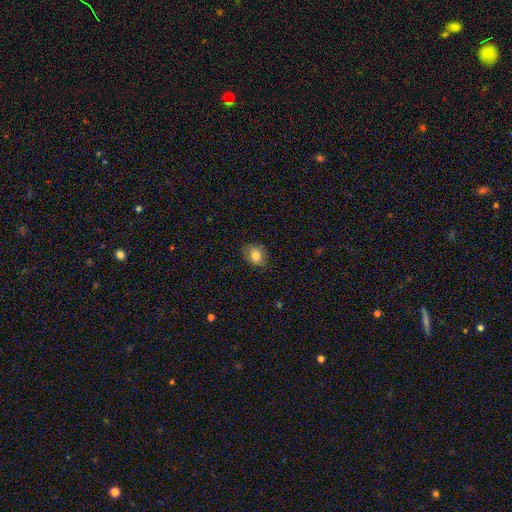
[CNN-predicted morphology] type=smooth (80%); roundness=in between (55%); merging=none (80%).